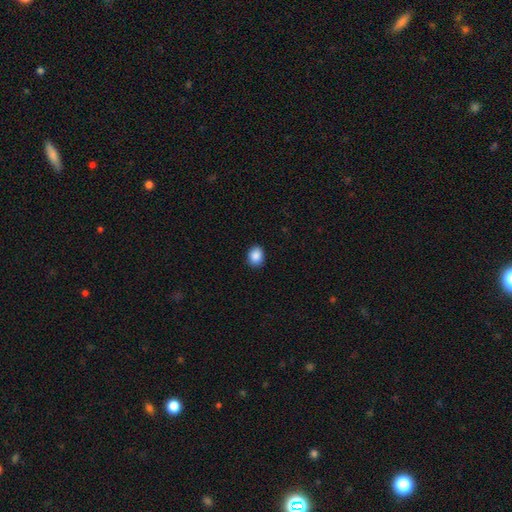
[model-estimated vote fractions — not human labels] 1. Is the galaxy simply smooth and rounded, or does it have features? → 88% smooth, 9% star or artifact, 3% featured or disk.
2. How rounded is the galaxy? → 52% round, 47% in between, 1% cigar-shaped.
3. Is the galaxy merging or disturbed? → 89% none, 9% minor disturbance, 2% major disturbance, 1% merger.